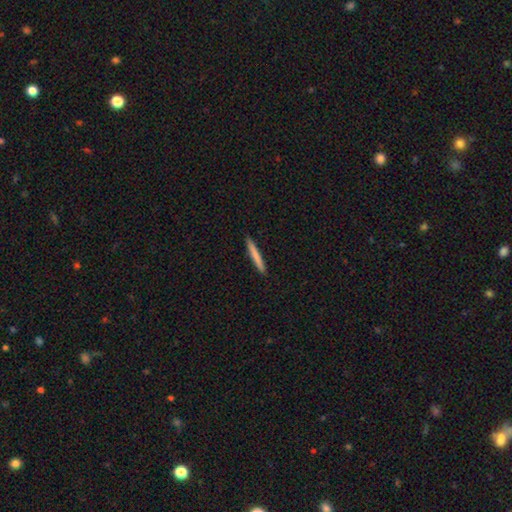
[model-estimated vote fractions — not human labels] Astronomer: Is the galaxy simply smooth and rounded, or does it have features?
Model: smooth — 76%.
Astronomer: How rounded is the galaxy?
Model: cigar-shaped — 96%.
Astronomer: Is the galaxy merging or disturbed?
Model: none — 92%.